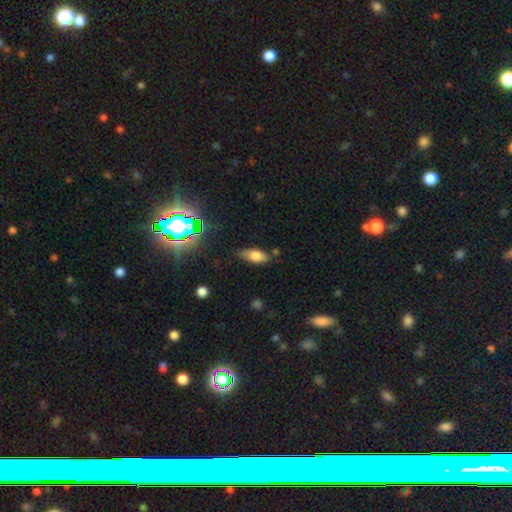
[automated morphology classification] Smooth or featured? Predicted: smooth (p=0.72). How rounded? Predicted: in between (p=0.81). Merging? Predicted: none (p=0.74).